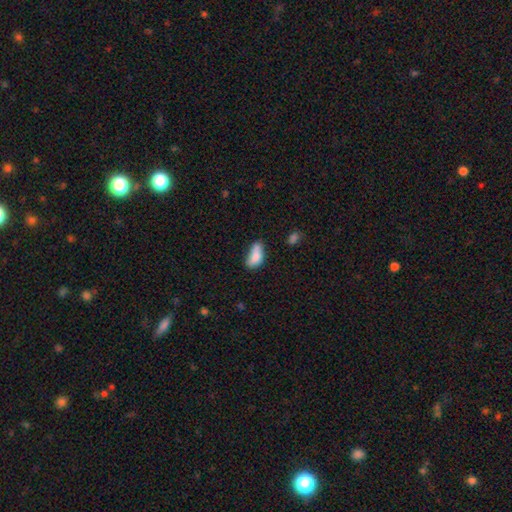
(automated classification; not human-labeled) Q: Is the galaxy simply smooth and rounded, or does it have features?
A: smooth — 81%.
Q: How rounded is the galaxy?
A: in between — 86%.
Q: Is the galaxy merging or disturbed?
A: none — 38%.